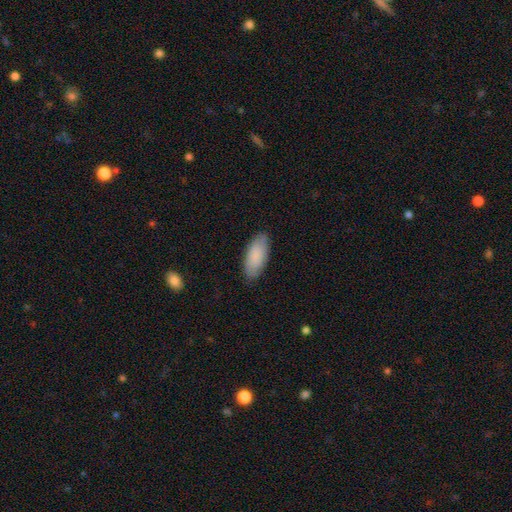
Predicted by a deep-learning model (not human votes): The model was most divided on "merging": none: 85%, minor disturbance: 12%, major disturbance: 2%, merger: 1%. More confident: how rounded — in between (89%); smooth or featured — smooth (84%).